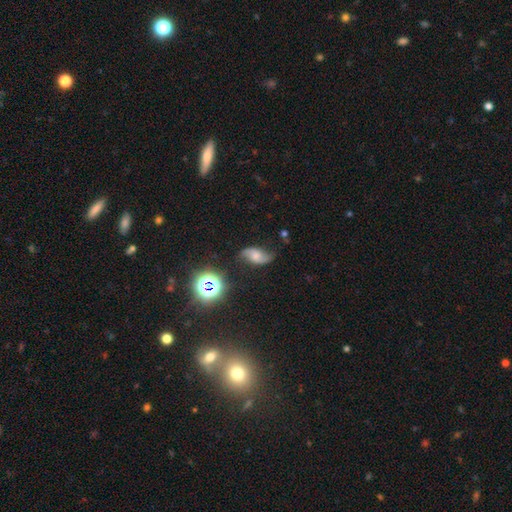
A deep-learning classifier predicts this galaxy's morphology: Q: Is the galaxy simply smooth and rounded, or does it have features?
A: featured or disk — 53%.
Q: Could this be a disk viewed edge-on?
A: no — 93%.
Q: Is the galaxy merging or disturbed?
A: none — 66%.